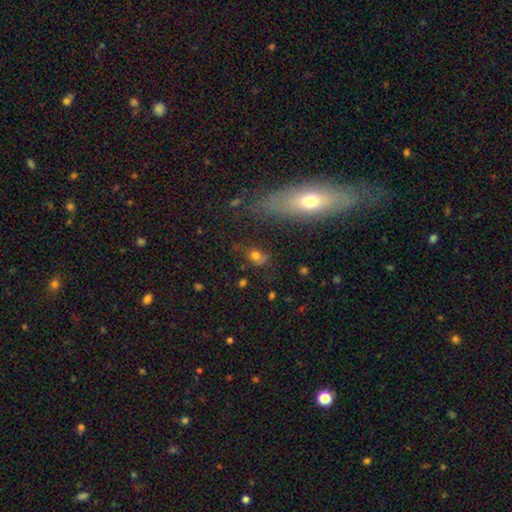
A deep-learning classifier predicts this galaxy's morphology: Overall: smooth (67%). How rounded: in between (53%; round 42%). Merging: none (54%; minor disturbance 21%).